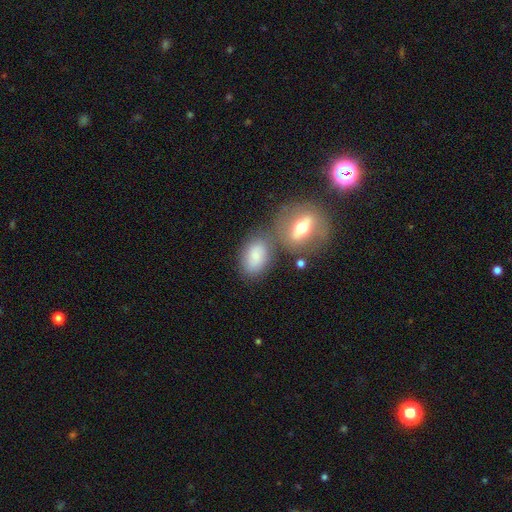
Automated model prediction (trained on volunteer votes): The model was most divided on "merging": none: 53%, merger: 27%, minor disturbance: 15%, major disturbance: 6%. More confident: how rounded — in between (81%); smooth or featured — smooth (74%).